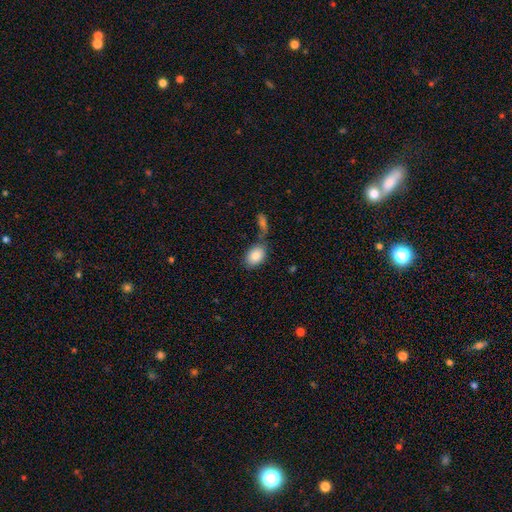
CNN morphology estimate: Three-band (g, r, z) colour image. It shows a smooth galaxy with no disk features (85%) that is in between round and cigar-shaped (85%). Merging: none (62%).